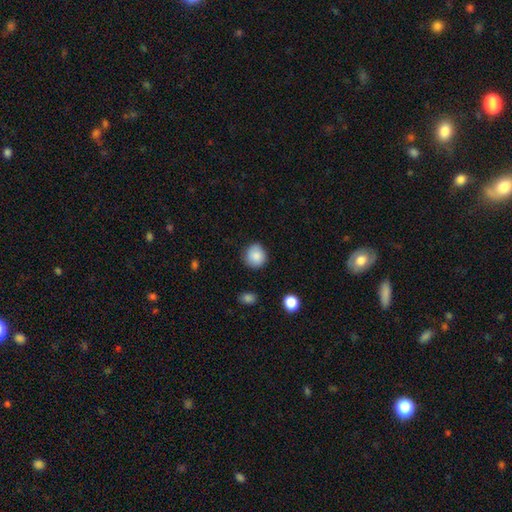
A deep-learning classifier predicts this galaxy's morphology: Q: Smooth or featured?
A: smooth (86%); runner-up: star or artifact (8%)
Q: How rounded?
A: round (87%); runner-up: in between (12%)
Q: Merging?
A: none (82%); runner-up: minor disturbance (14%)